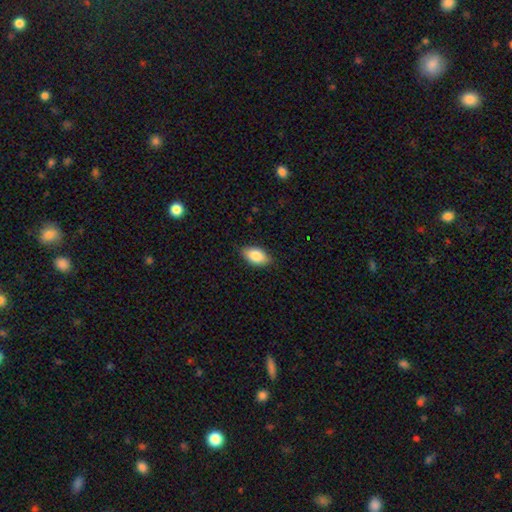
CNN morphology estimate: smooth-or-featured: smooth: 85% | featured or disk: 9% | star or artifact: 7%
  how-rounded: in between: 93% | round: 5% | cigar-shaped: 3%
  merging: none: 84% | minor disturbance: 13% | major disturbance: 2% | merger: 1%